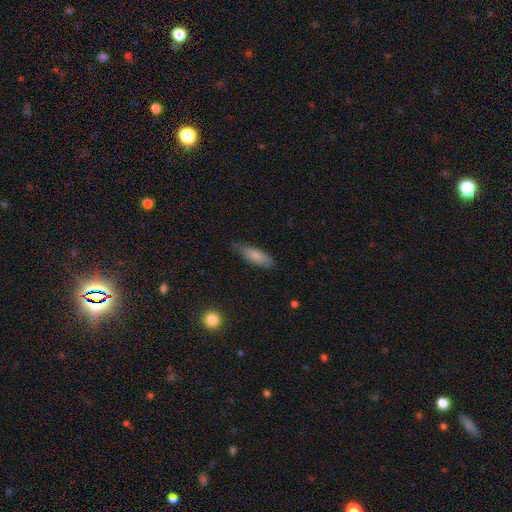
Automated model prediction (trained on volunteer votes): This appears to be a smooth galaxy with no disk features (78%) that is in between round and cigar-shaped (58%). Merging: none (71%).